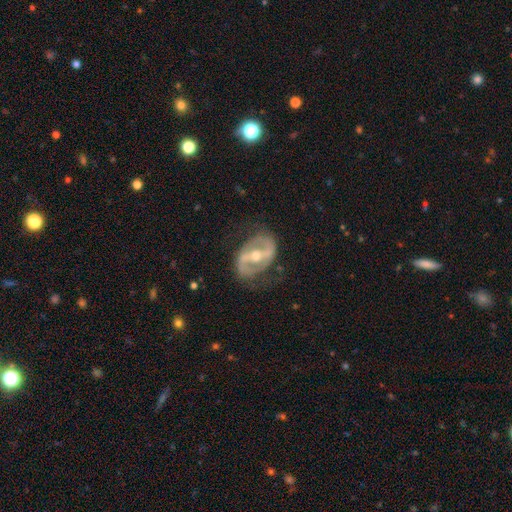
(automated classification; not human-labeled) Smooth or featured: featured or disk — 86% (smooth — 9%)
Edge-on disk: no — 95% (yes — 5%)
Bar: strong — 59% (weak — 29%)
Spiral arms: yes — 83% (no — 17%)
Spiral winding: medium — 48% (loose — 28%)
Spiral arm count: 2 — 88% (can't tell — 7%)
Bulge size: moderate — 63% (small — 32%)
Merging: none — 71% (minor disturbance — 17%)